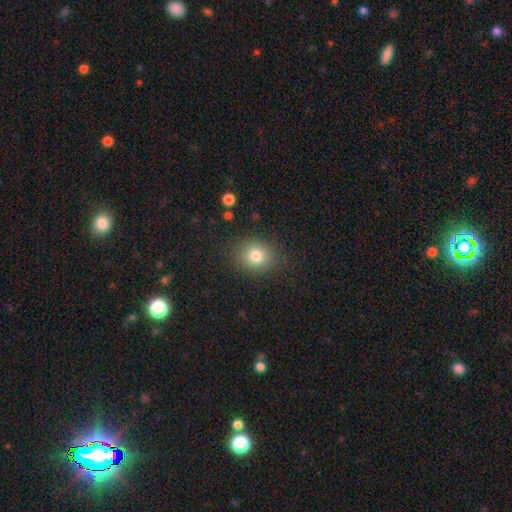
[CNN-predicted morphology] A smooth galaxy with no disk features (79%) that is round (72%). Merging: none (86%).